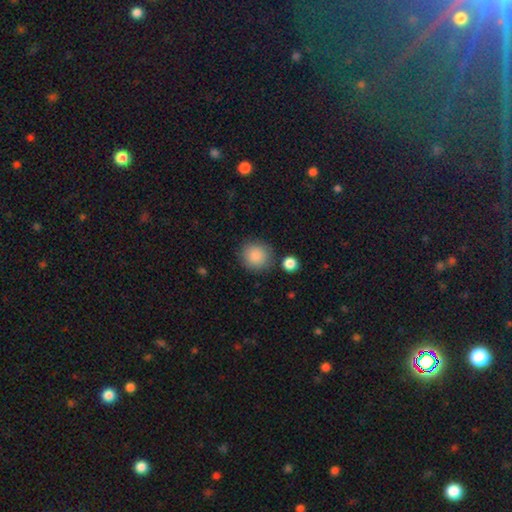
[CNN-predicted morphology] smooth_or_featured: smooth (p=0.88) [alt: star or artifact p=0.08]
how_rounded: round (p=0.90) [alt: in between p=0.09]
merging: none (p=0.83) [alt: minor disturbance p=0.09]